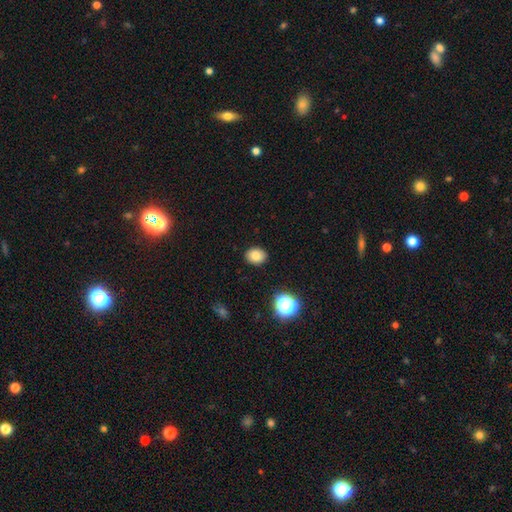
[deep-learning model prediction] smooth 82%, star or artifact 12%, featured or disk 6%. Down the decision tree: how rounded — in between (55%); merging — none (89%).